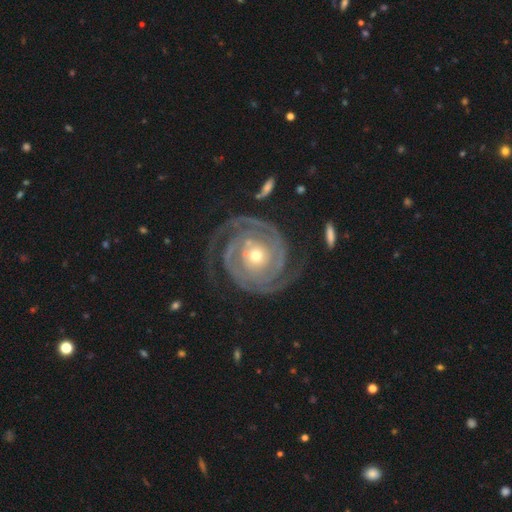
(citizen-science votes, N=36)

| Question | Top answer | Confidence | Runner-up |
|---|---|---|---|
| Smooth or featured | featured or disk | 94% | smooth (6%) |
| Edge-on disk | no | 100% | — |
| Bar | no | 79% | strong (15%) |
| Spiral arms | yes | 100% | — |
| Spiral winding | tight | 88% | medium (12%) |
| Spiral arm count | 2 | 79% | 3 (15%) |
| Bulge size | moderate | 50% | small (44%) |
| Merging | none | 89% | minor disturbance (6%) |